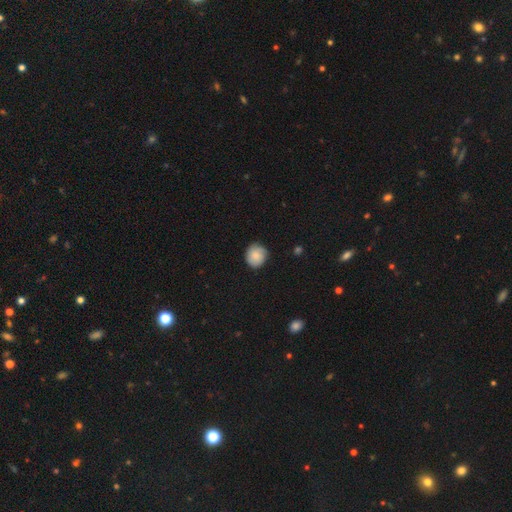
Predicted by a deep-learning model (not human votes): Smooth or featured? smooth (76%)
How rounded? round (84%)
Merging? none (78%)